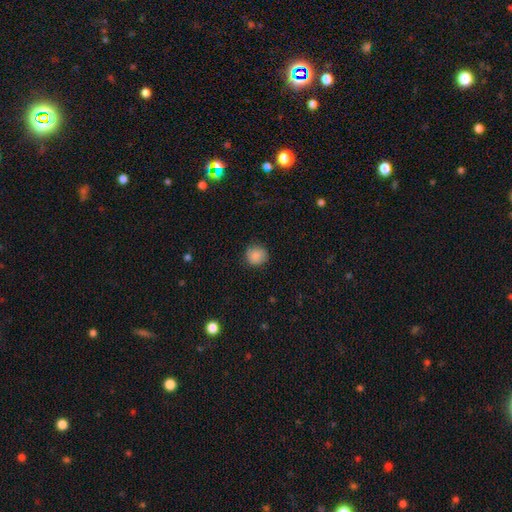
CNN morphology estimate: type=smooth (87%); roundness=round (87%); merging=none (83%).